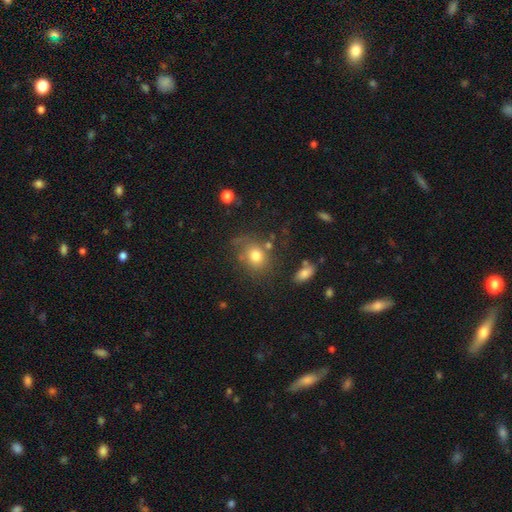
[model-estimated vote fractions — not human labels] Smooth or featured? smooth (76%)
How rounded? round (63%)
Merging? none (63%)